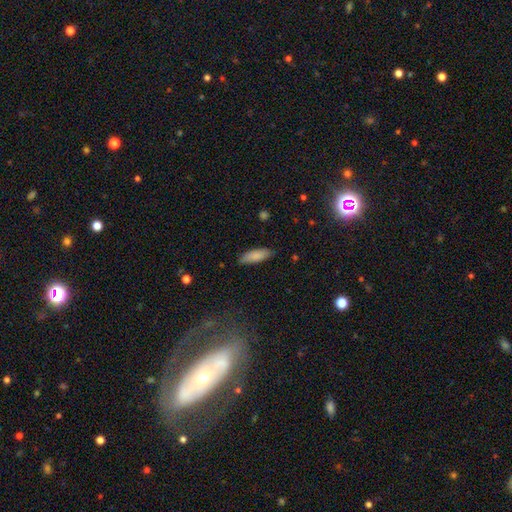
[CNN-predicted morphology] type=smooth (86%); roundness=in between (63%); merging=none (83%).